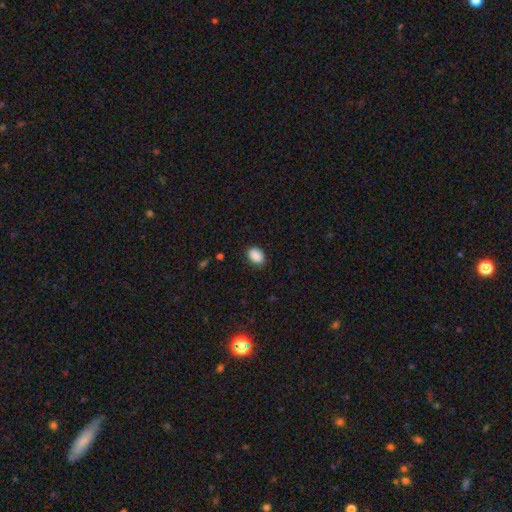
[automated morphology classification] This appears to be a smooth galaxy with no disk features (89%) that is in between round and cigar-shaped (80%). Merging: none (85%).